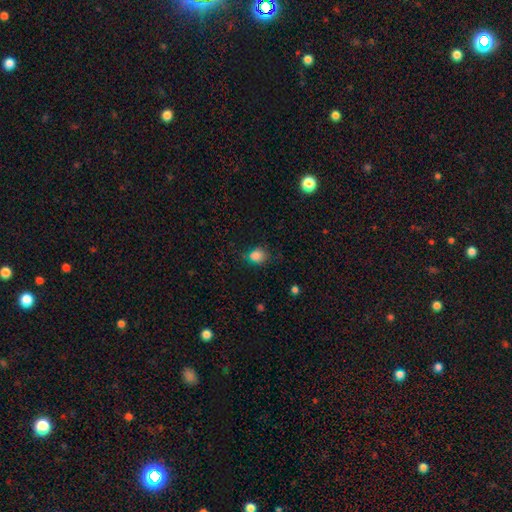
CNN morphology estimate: smooth_or_featured: smooth (p=0.82) [alt: star or artifact p=0.12]
how_rounded: round (p=0.66) [alt: in between p=0.33]
merging: none (p=0.65) [alt: minor disturbance p=0.24]